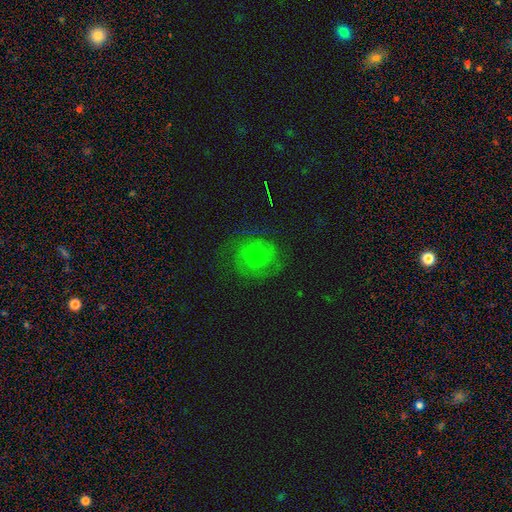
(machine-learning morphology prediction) type=smooth (47%); merging=none (74%).